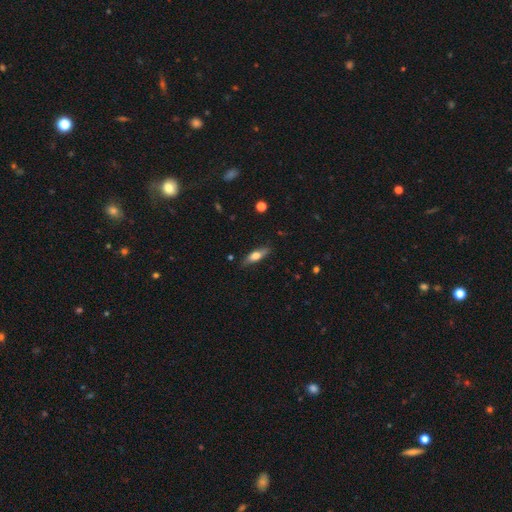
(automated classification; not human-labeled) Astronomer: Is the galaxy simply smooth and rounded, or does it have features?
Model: smooth — 59% (runner-up: featured or disk, 35%).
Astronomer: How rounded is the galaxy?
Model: in between — 49% (runner-up: cigar-shaped, 48%).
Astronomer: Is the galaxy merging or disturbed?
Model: none — 82%.